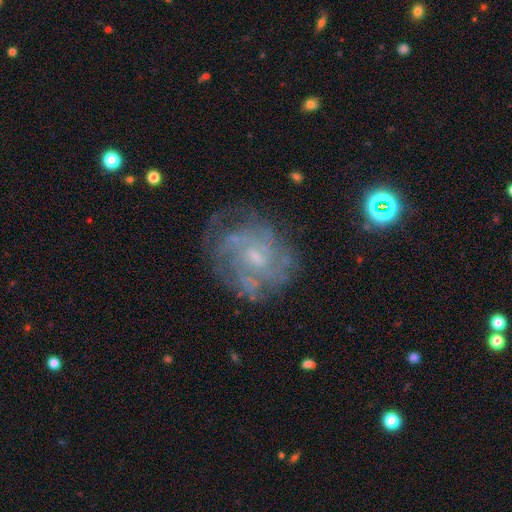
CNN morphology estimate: The model was most divided on "bar": no: 54%, weak: 41%, strong: 5%. More confident: edge-on disk — no (98%); spiral arms — yes (81%); smooth or featured — featured or disk (76%); merging — none (64%); bulge size — small (56%); spiral winding — tight (55%); spiral arm count — can't tell (53%).